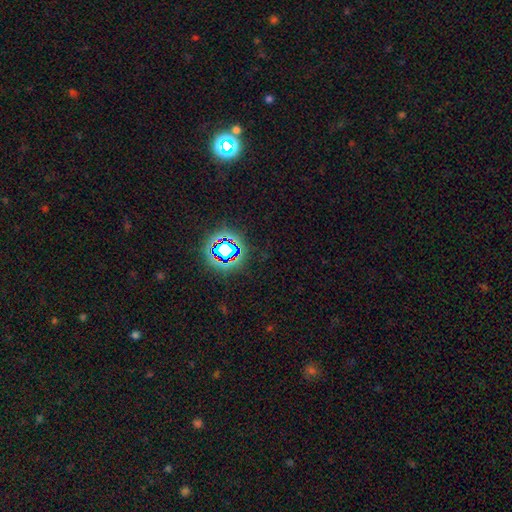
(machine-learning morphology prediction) star or artifact 78%, smooth 13%, featured or disk 8%.